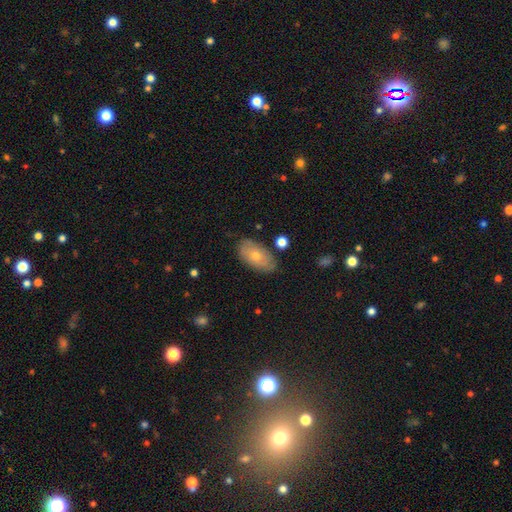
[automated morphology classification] Q: Smooth or featured?
A: smooth (60%); runner-up: featured or disk (31%)
Q: How rounded?
A: in between (91%); runner-up: round (6%)
Q: Merging?
A: none (80%); runner-up: minor disturbance (15%)